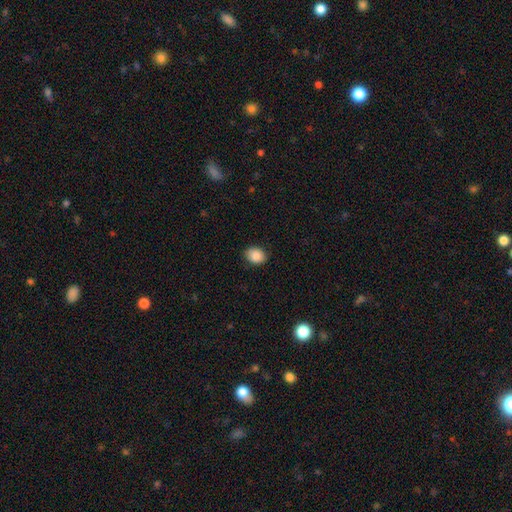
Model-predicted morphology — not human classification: A smooth galaxy with no disk features (88%) that is in between round and cigar-shaped (61%). Merging: none (86%).